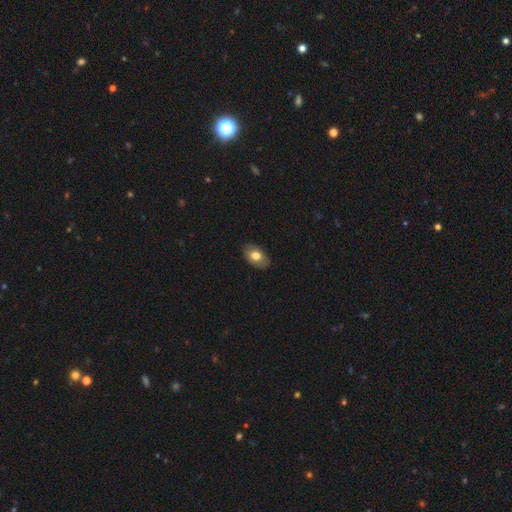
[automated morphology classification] The model was most divided on "smooth or featured": smooth: 75%, featured or disk: 18%, star or artifact: 7%. More confident: how rounded — in between (89%); merging — none (84%).